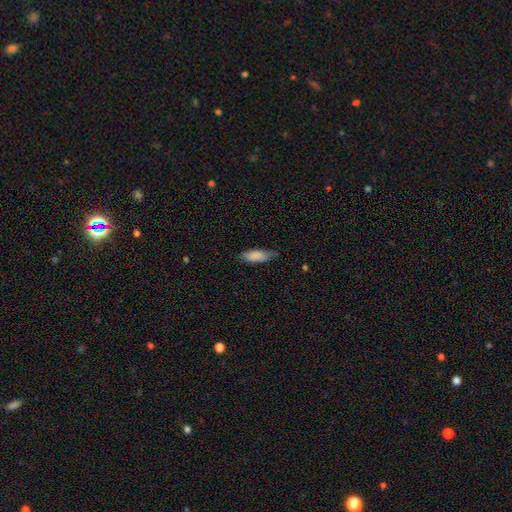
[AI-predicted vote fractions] smooth-or-featured: smooth: 85% | featured or disk: 9% | star or artifact: 6%
  how-rounded: in between: 59% | cigar-shaped: 40% | round: 2%
  merging: none: 73% | minor disturbance: 22% | major disturbance: 4% | merger: 1%